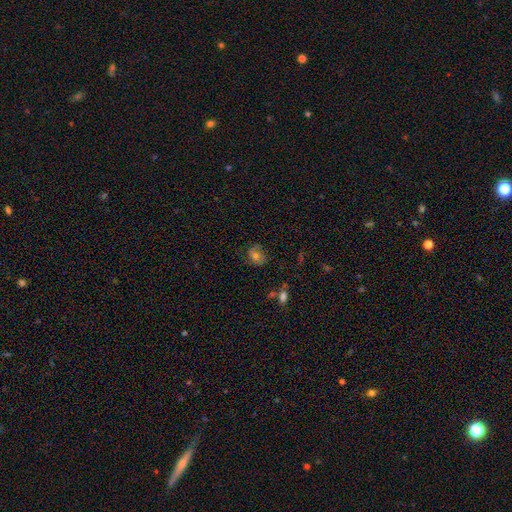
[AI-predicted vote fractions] Smooth or featured?
  - smooth: 59% *
  - featured or disk: 26%
  - star or artifact: 15%
How rounded?
  - round: 50% *
  - in between: 49%
  - cigar-shaped: 1%
Merging?
  - none: 68% *
  - minor disturbance: 21%
  - major disturbance: 8%
  - merger: 2%